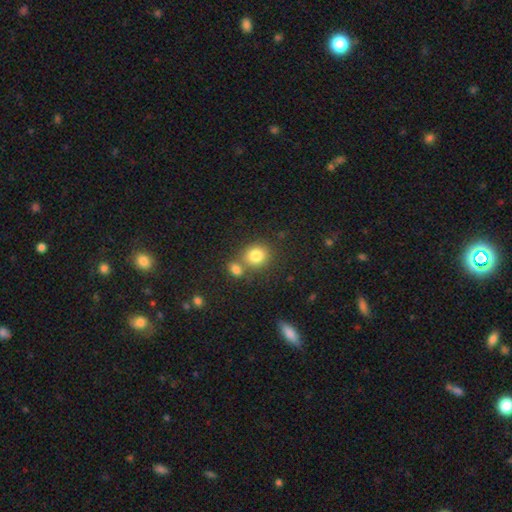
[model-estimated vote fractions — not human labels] Morphology: type=smooth (81%); roundness=round (77%); merging=none (56%).